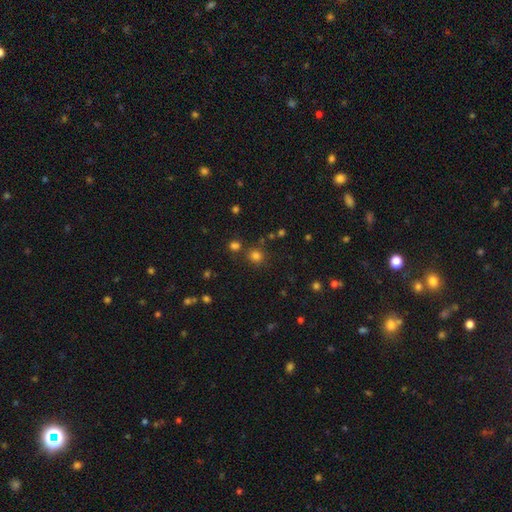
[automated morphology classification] The model was most divided on "smooth or featured": smooth: 75%, star or artifact: 19%, featured or disk: 5%. More confident: how rounded — round (90%); merging — none (77%).